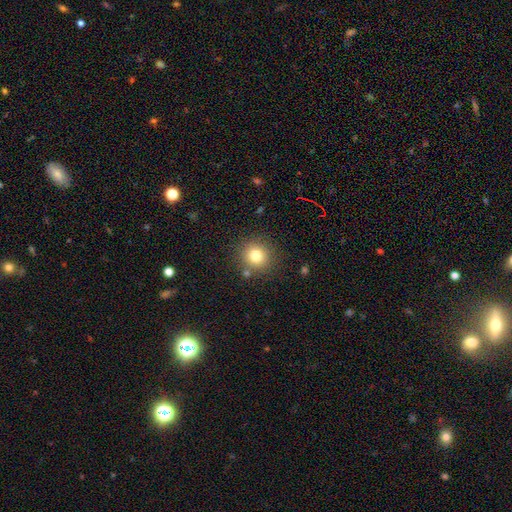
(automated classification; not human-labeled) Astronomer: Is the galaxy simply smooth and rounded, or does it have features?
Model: smooth — 78%.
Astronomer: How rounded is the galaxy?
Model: round — 92%.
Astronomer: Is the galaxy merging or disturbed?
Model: none — 85%.